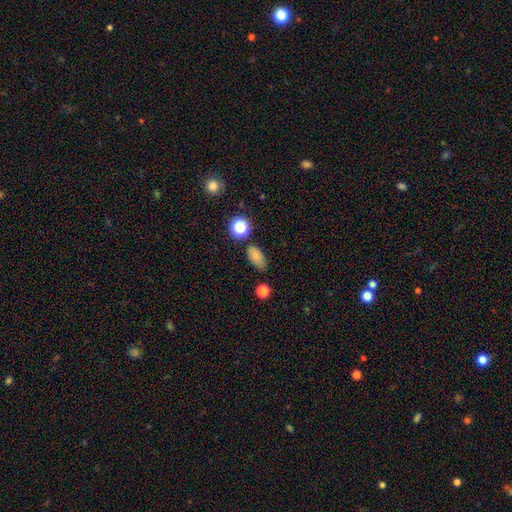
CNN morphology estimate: Smooth or featured? Predicted: smooth (p=0.78). How rounded? Predicted: in between (p=0.87). Merging? Predicted: none (p=0.72).